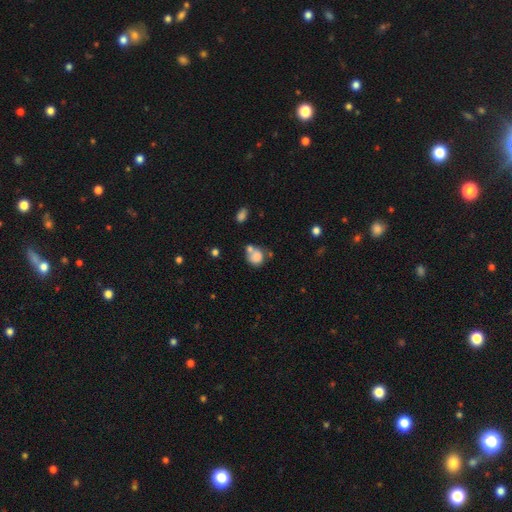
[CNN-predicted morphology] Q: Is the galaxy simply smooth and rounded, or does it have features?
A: smooth — 75%.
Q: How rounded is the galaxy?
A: round — 67%.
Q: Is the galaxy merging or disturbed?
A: merger — 41%.